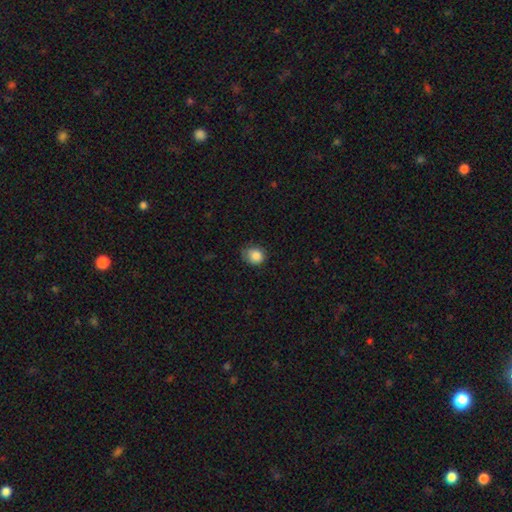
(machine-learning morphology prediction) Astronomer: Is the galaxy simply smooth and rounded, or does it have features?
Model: smooth — 85%.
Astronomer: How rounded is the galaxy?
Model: round — 70%.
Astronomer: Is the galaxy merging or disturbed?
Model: none — 65%.